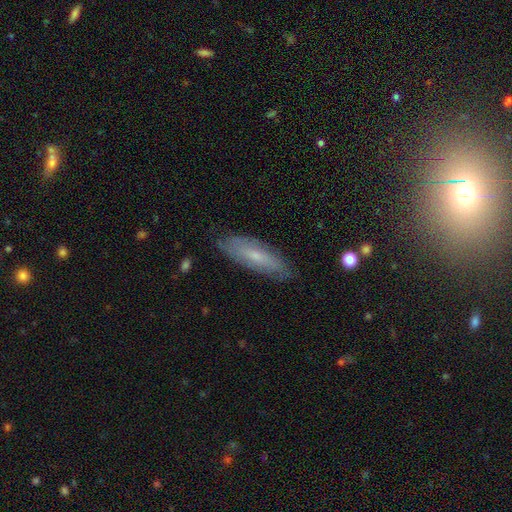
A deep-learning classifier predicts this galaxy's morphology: Q: Smooth or featured?
A: smooth (47%); runner-up: featured or disk (45%)
Q: Merging?
A: none (80%); runner-up: minor disturbance (15%)